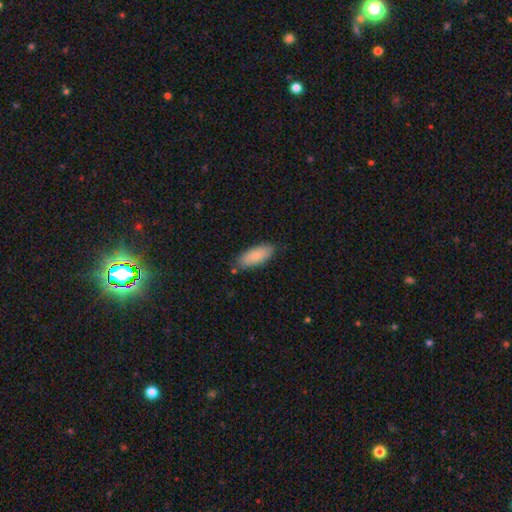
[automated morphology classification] A smooth galaxy with no disk features (82%) that is in between round and cigar-shaped (78%).

Vote fractions:
- Smooth or featured? smooth: 82% / featured or disk: 11% / star or artifact: 6%
- How rounded? in between: 78% / cigar-shaped: 20% / round: 2%
- Merging? none: 79% / minor disturbance: 15% / major disturbance: 3% / merger: 3%